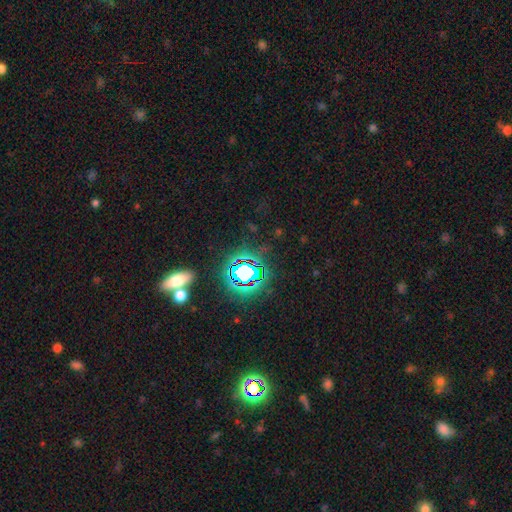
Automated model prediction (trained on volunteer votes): Smooth or featured?
  - star or artifact: 79% *
  - smooth: 13%
  - featured or disk: 8%